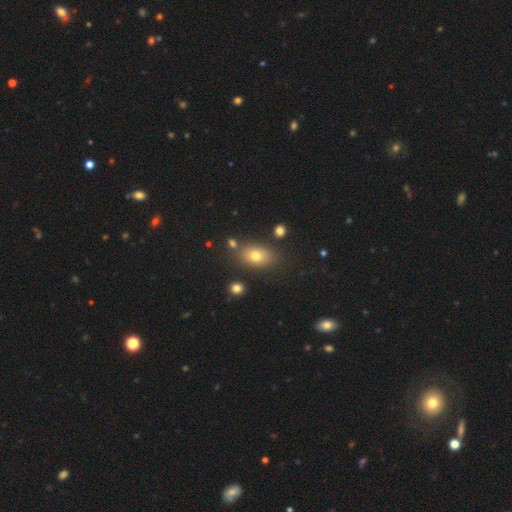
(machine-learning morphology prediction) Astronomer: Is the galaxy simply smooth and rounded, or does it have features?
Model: smooth — 74%.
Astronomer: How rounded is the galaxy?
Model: in between — 79%.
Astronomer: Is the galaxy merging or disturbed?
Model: none — 78%.